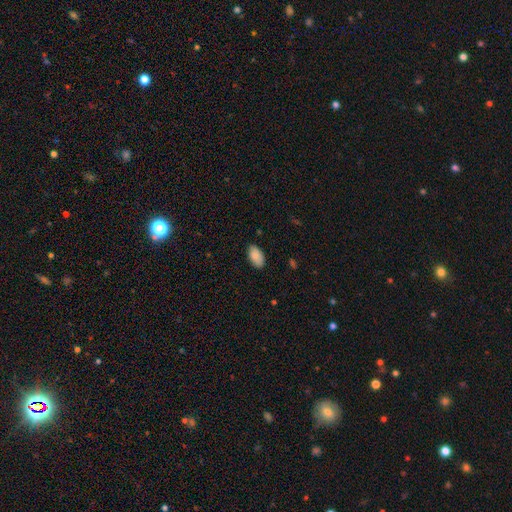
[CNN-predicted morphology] This appears to be a smooth galaxy with no disk features (89%) that is in between round and cigar-shaped (95%). Merging: none (83%).